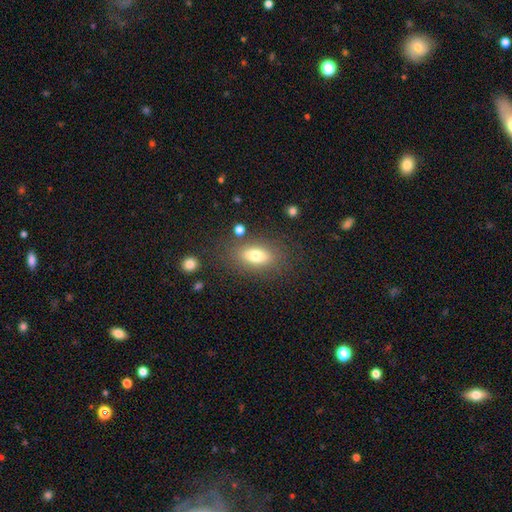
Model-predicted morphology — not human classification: smooth 74%, featured or disk 17%, star or artifact 9%. Down the decision tree: how rounded — in between (83%); merging — none (78%).